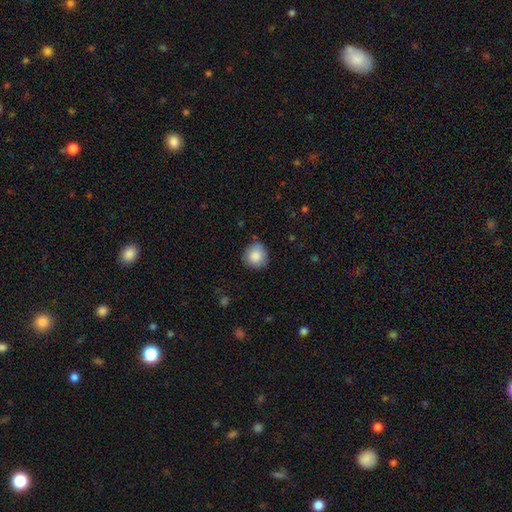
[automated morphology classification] smooth 87%, star or artifact 8%, featured or disk 6%. Down the decision tree: how rounded — round (90%); merging — none (80%).